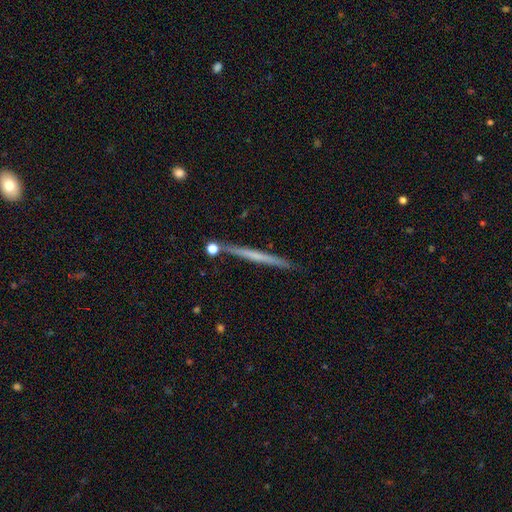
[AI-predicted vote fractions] The model was most divided on "smooth or featured": featured or disk: 52%, smooth: 42%, star or artifact: 6%. More confident: edge-on disk — yes (97%); merging — none (87%); edge-on bulge — none (87%).